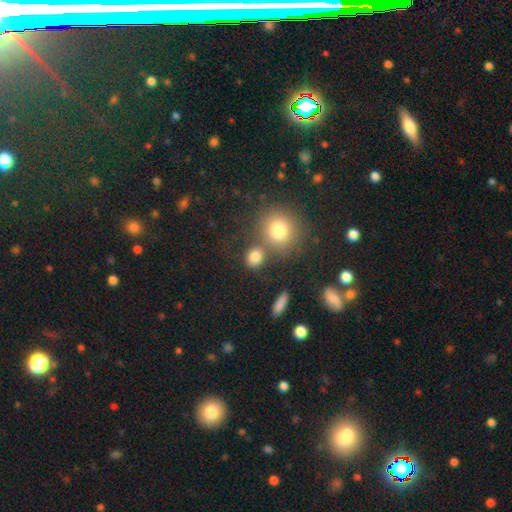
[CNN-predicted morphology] type=smooth (76%); roundness=round (69%); merging=none (64%).